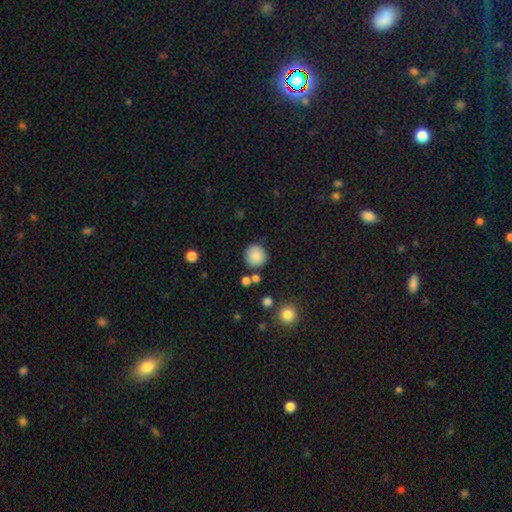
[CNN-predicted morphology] Q: Smooth or featured?
A: smooth (86%); runner-up: star or artifact (9%)
Q: How rounded?
A: round (93%); runner-up: in between (6%)
Q: Merging?
A: none (83%); runner-up: minor disturbance (9%)